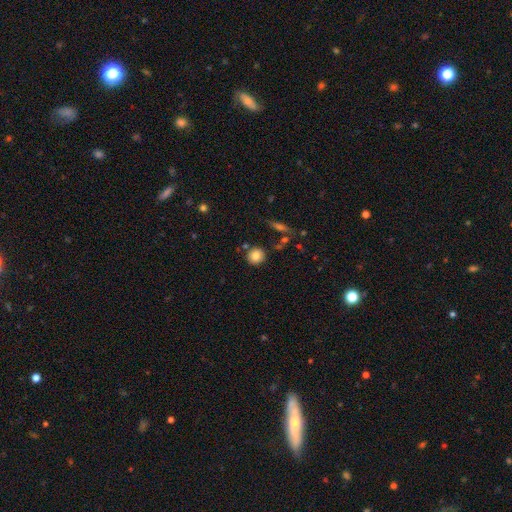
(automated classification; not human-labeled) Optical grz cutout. It shows a smooth galaxy with no disk features (83%) that is round (90%). Merging: none (83%).